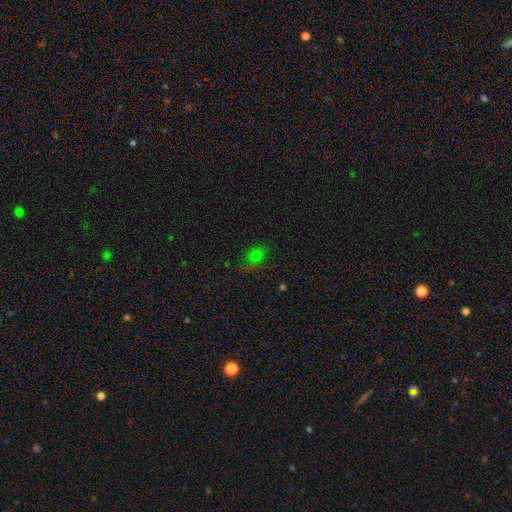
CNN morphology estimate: smooth-or-featured: smooth: 63% | star or artifact: 28% | featured or disk: 9%
  how-rounded: in between: 49% | round: 48% | cigar-shaped: 2%
  merging: none: 62% | minor disturbance: 22% | major disturbance: 12% | merger: 4%